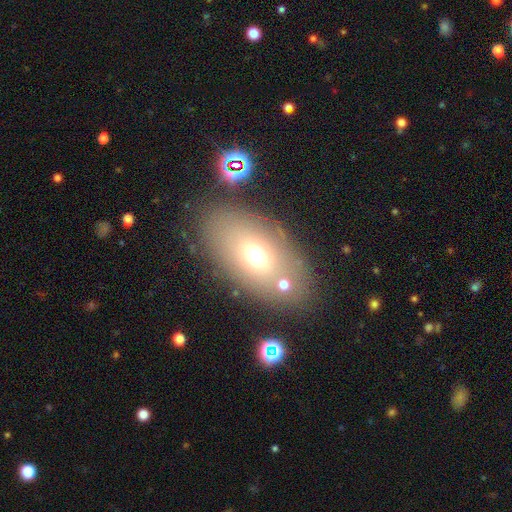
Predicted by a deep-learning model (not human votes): Smooth or featured?
  - smooth: 65% *
  - featured or disk: 20%
  - star or artifact: 15%
How rounded?
  - in between: 81% *
  - round: 16%
  - cigar-shaped: 2%
Merging?
  - none: 75% *
  - minor disturbance: 11%
  - merger: 8%
  - major disturbance: 6%